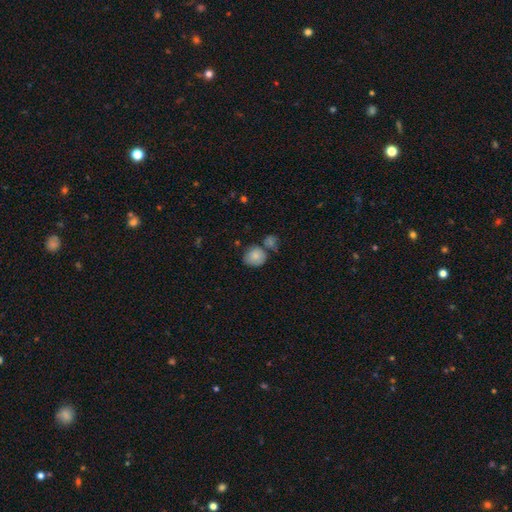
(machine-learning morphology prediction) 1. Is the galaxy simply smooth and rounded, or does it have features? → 80% smooth, 12% featured or disk, 8% star or artifact.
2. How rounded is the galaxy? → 71% round, 28% in between, 1% cigar-shaped.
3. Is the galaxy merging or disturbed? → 51% none, 23% merger, 20% minor disturbance, 6% major disturbance.